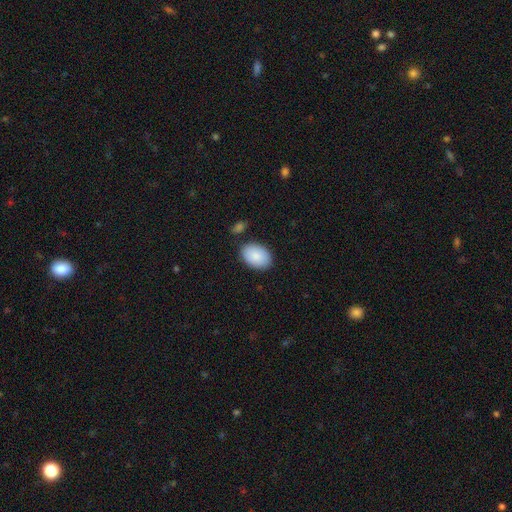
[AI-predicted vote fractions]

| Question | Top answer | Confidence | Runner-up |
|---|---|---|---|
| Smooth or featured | smooth | 88% | star or artifact (6%) |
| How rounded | in between | 87% | round (12%) |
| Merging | none | 82% | minor disturbance (12%) |